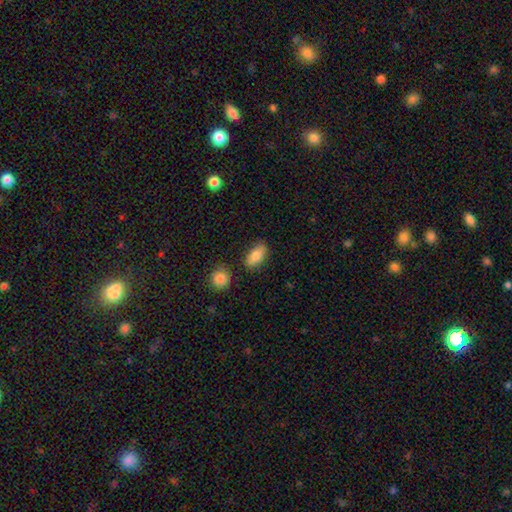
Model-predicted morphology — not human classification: Smooth or featured: smooth — 82% (featured or disk — 11%)
How rounded: in between — 87% (cigar-shaped — 8%)
Merging: none — 80% (minor disturbance — 13%)